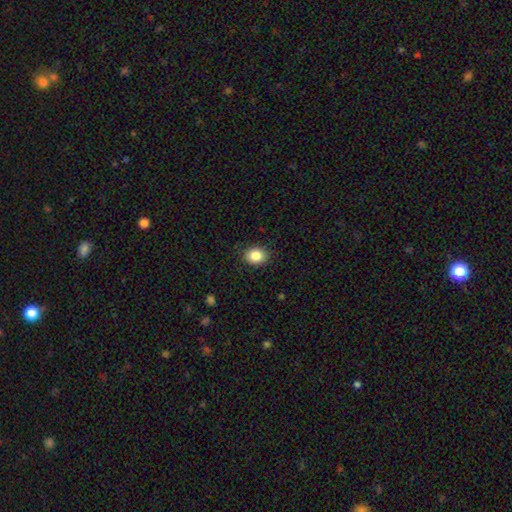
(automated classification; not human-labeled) smooth 86%, star or artifact 9%, featured or disk 5%. Down the decision tree: how rounded — round (51%); merging — none (87%).